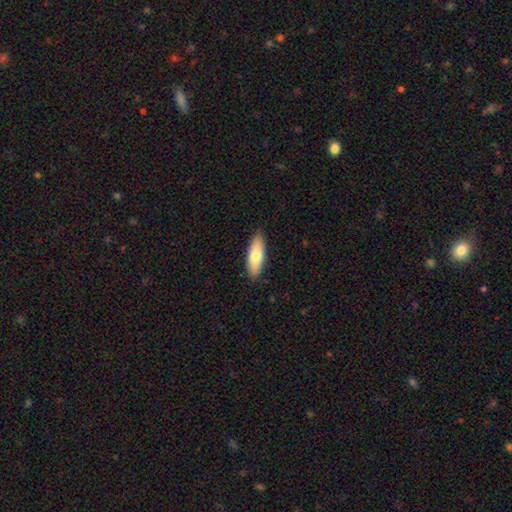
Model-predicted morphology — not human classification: smooth_or_featured: smooth (p=0.74) [alt: featured or disk p=0.20]
how_rounded: in between (p=0.62) [alt: cigar-shaped p=0.36]
merging: none (p=0.87) [alt: minor disturbance p=0.10]